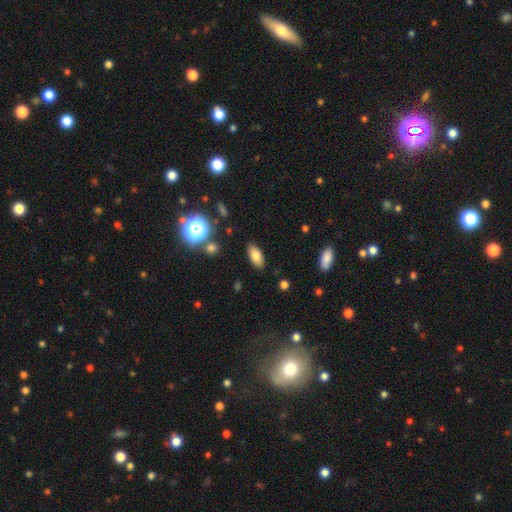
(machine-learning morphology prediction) Smooth or featured?
  - smooth: 79% *
  - featured or disk: 11%
  - star or artifact: 10%
How rounded?
  - in between: 86% *
  - cigar-shaped: 9%
  - round: 4%
Merging?
  - none: 86% *
  - minor disturbance: 10%
  - major disturbance: 3%
  - merger: 2%